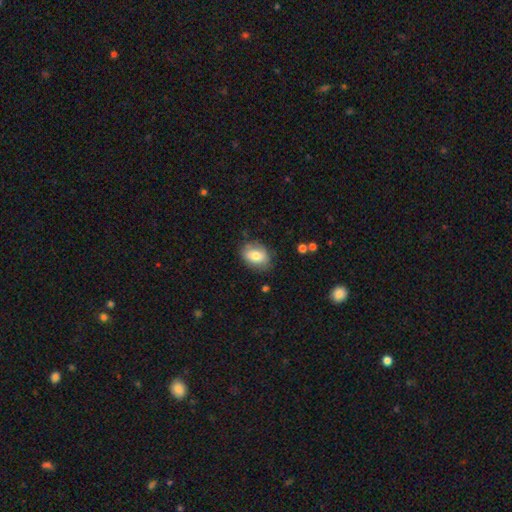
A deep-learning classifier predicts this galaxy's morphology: smooth 78%, featured or disk 14%, star or artifact 8%. Down the decision tree: how rounded — in between (73%); merging — none (76%).